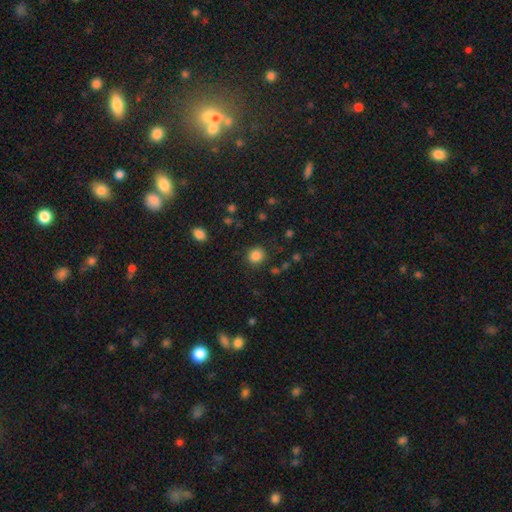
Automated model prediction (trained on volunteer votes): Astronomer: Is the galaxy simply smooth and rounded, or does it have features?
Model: smooth — 85%.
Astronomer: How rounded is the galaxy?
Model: round — 86%.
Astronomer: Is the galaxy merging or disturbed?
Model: none — 88%.